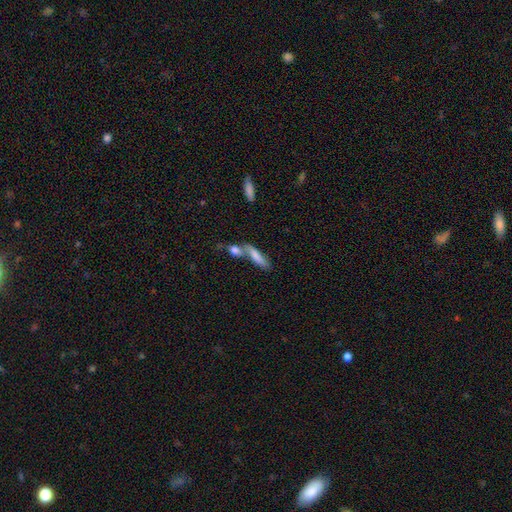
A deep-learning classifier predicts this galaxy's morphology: A smooth galaxy with no disk features (73%) that is cigar-shaped (66%). Merging: merger (52%).